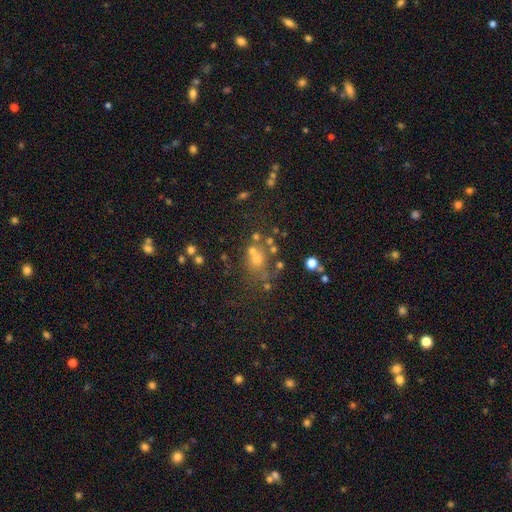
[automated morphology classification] A smooth galaxy with no disk features (48%).

Vote fractions:
- Smooth or featured? smooth: 48% / star or artifact: 31% / featured or disk: 21%
- Merging? none: 52% / merger: 25% / minor disturbance: 13% / major disturbance: 9%